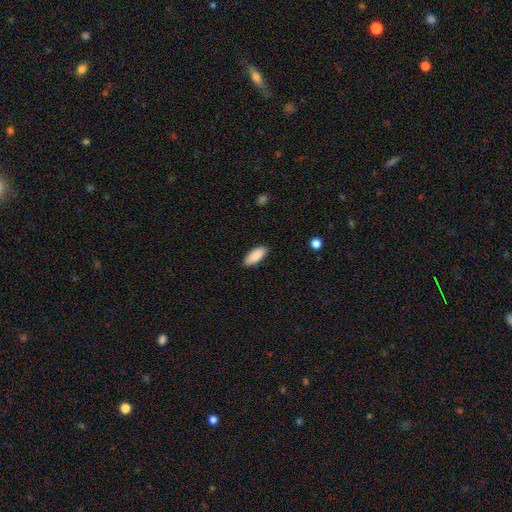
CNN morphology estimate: This appears to be a smooth galaxy with no disk features (89%) that is in between round and cigar-shaped (81%). Merging: none (88%).